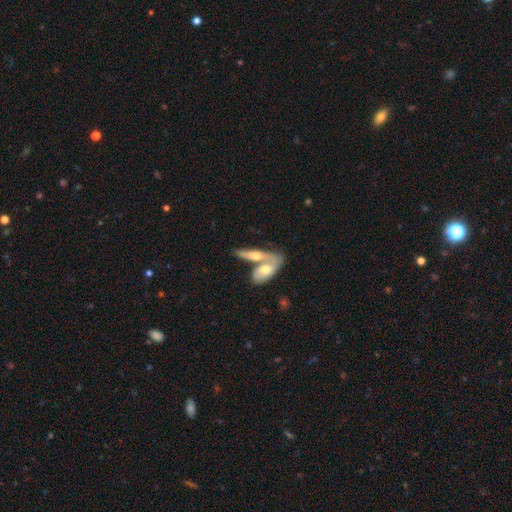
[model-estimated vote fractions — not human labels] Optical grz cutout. It shows a smooth galaxy with no disk features (53%) that is in between round and cigar-shaped (61%). Merging: merger (59%).